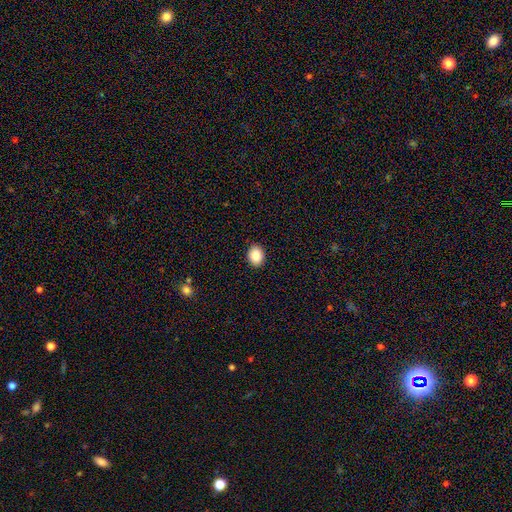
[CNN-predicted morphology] smooth_or_featured: smooth (p=0.88) [alt: star or artifact p=0.08]
how_rounded: in between (p=0.55) [alt: round p=0.44]
merging: none (p=0.91) [alt: minor disturbance p=0.06]